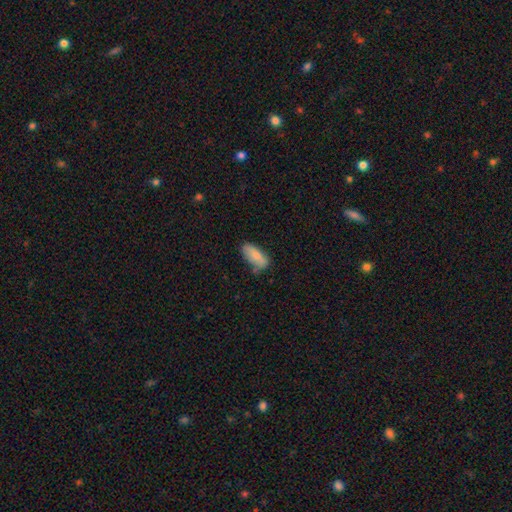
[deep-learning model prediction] A smooth galaxy with no disk features (79%) that is in between round and cigar-shaped (81%).

Vote fractions:
- Smooth or featured? smooth: 79% / featured or disk: 14% / star or artifact: 7%
- How rounded? in between: 81% / cigar-shaped: 16% / round: 2%
- Merging? none: 60% / minor disturbance: 28% / major disturbance: 7% / merger: 5%